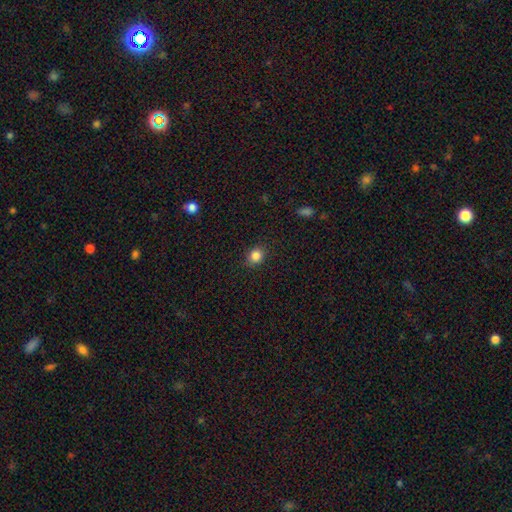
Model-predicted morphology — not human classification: Overall: smooth (84%). How rounded: round (71%). Merging: none (86%).